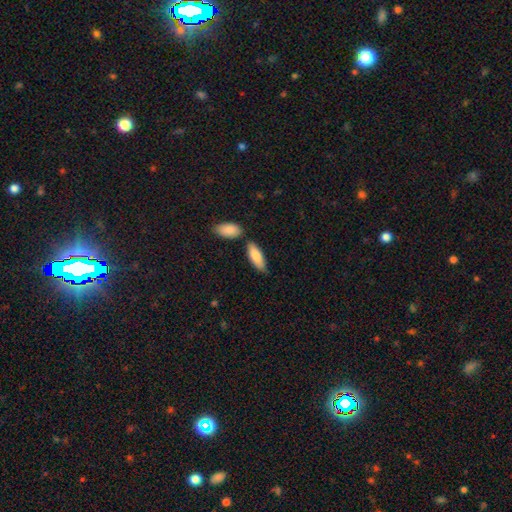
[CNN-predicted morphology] The model was most divided on "how rounded": in between: 70%, cigar-shaped: 29%, round: 2%. More confident: smooth or featured — smooth (84%); merging — none (69%).